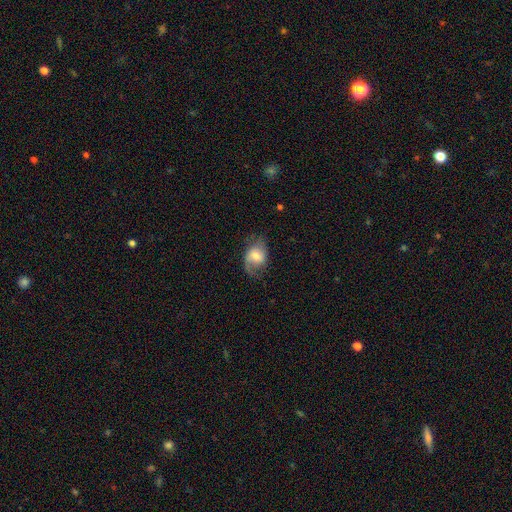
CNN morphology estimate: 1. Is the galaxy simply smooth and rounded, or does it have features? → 50% featured or disk, 42% smooth, 8% star or artifact.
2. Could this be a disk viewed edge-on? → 95% no, 5% yes.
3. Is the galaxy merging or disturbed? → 59% none, 24% minor disturbance, 15% major disturbance, 1% merger.